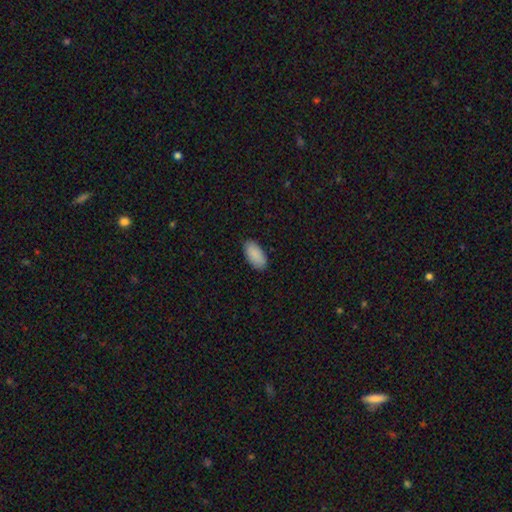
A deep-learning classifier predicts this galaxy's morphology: smooth-or-featured: smooth: 90% | star or artifact: 6% | featured or disk: 4%
  how-rounded: in between: 94% | cigar-shaped: 4% | round: 2%
  merging: none: 86% | minor disturbance: 11% | major disturbance: 2% | merger: 1%